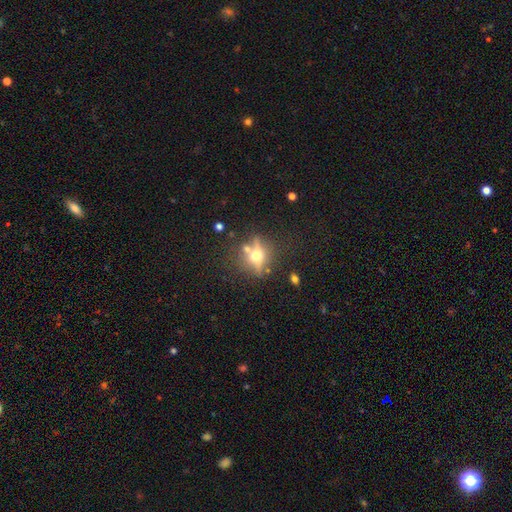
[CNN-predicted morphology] A featured or disk galaxy (58%) viewed edge-on (84%). Merging: none (78%).